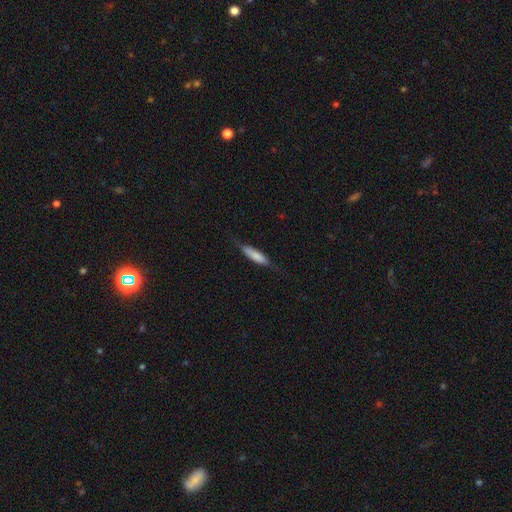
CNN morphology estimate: Smooth or featured? Predicted: smooth (p=0.75). How rounded? Predicted: cigar-shaped (p=0.76). Merging? Predicted: none (p=0.73).